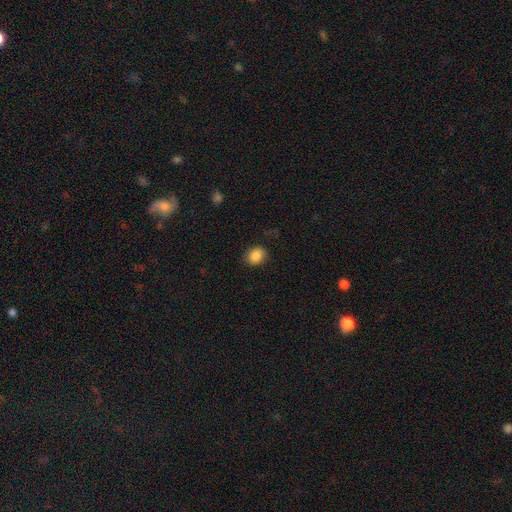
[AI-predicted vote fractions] Smooth or featured?
  - smooth: 87% *
  - star or artifact: 9%
  - featured or disk: 5%
How rounded?
  - round: 56% *
  - in between: 44%
  - cigar-shaped: 1%
Merging?
  - none: 85% *
  - minor disturbance: 11%
  - major disturbance: 3%
  - merger: 1%